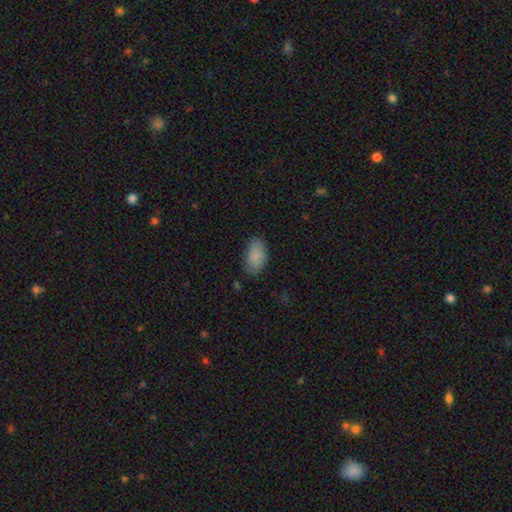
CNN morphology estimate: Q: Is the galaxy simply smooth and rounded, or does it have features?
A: smooth — 88%.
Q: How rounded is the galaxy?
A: in between — 93%.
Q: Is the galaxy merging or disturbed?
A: none — 80%.